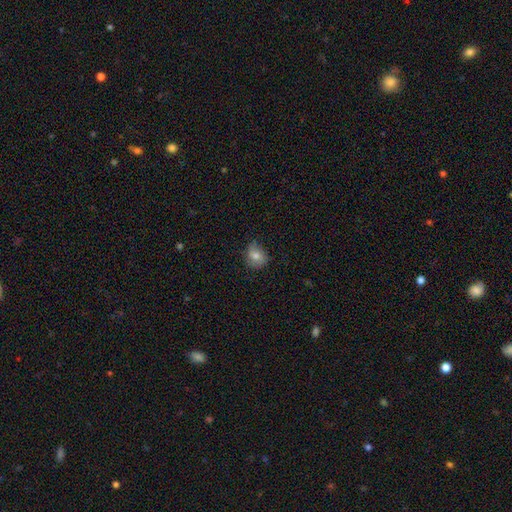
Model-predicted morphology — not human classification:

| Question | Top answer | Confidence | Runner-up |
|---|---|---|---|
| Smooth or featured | smooth | 72% | featured or disk (18%) |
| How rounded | round | 59% | in between (40%) |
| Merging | none | 64% | minor disturbance (28%) |